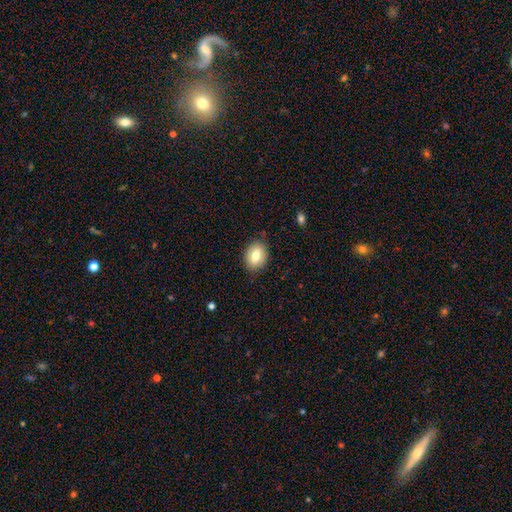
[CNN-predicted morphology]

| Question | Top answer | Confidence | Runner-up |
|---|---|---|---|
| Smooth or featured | smooth | 75% | featured or disk (17%) |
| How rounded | in between | 64% | round (35%) |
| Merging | none | 84% | minor disturbance (12%) |